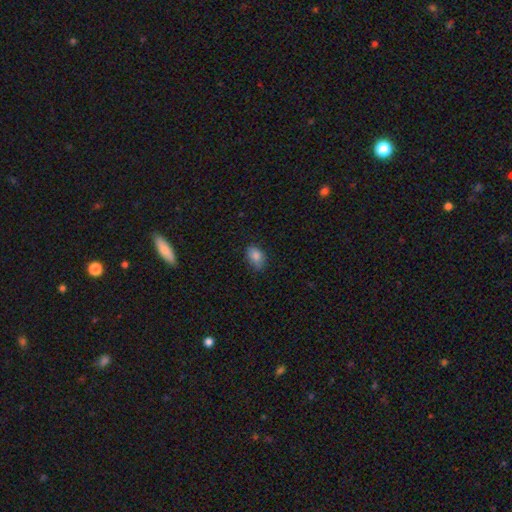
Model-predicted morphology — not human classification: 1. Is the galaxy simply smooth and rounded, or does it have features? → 84% smooth, 9% star or artifact, 8% featured or disk.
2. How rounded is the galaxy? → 82% in between, 17% round, 2% cigar-shaped.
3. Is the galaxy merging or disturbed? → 70% none, 24% minor disturbance, 4% major disturbance, 1% merger.